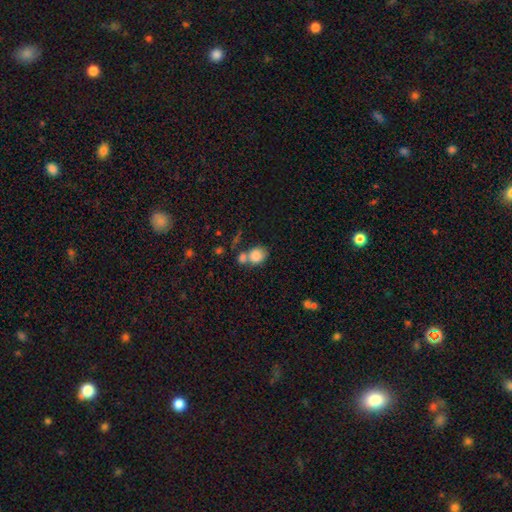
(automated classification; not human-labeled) Overall: smooth (81%). How rounded: round (59%; in between 40%). Merging: merger (43%; none 39%).